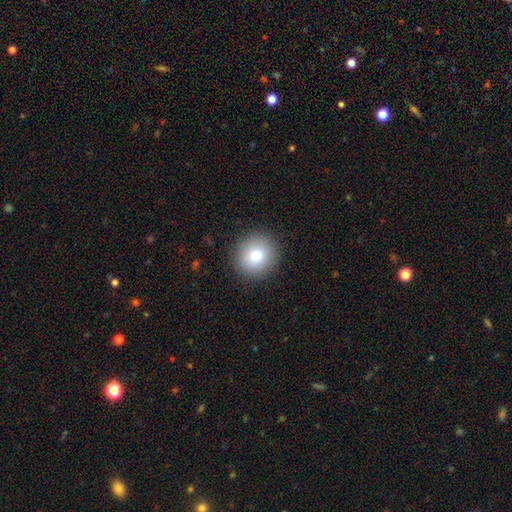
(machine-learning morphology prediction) Overall: smooth (80%). How rounded: round (92%). Merging: none (91%).